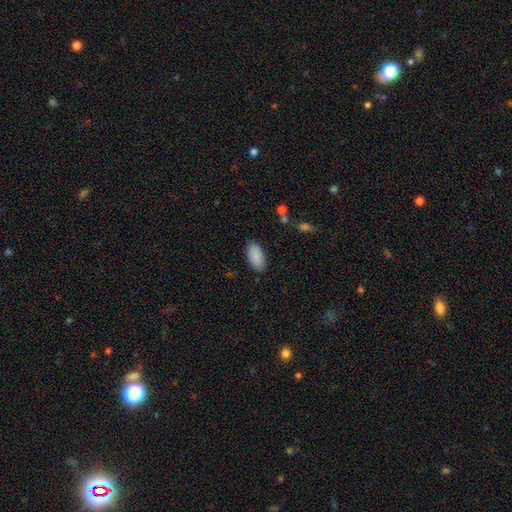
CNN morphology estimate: Smooth or featured?
  - smooth: 88% *
  - featured or disk: 6%
  - star or artifact: 6%
How rounded?
  - in between: 94% *
  - cigar-shaped: 4%
  - round: 2%
Merging?
  - none: 87% *
  - minor disturbance: 10%
  - major disturbance: 2%
  - merger: 1%